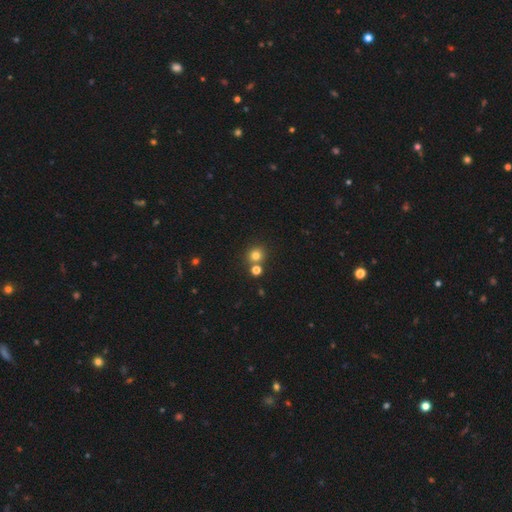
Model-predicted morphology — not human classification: Overall: smooth (77%). How rounded: round (88%). Merging: none (70%).